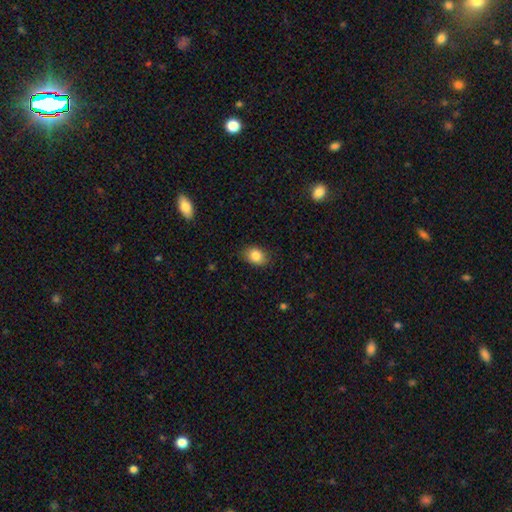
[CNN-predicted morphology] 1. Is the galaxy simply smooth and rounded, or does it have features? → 86% smooth, 8% star or artifact, 6% featured or disk.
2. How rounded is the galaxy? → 74% in between, 25% round, 1% cigar-shaped.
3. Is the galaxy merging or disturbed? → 82% none, 14% minor disturbance, 3% major disturbance, 1% merger.